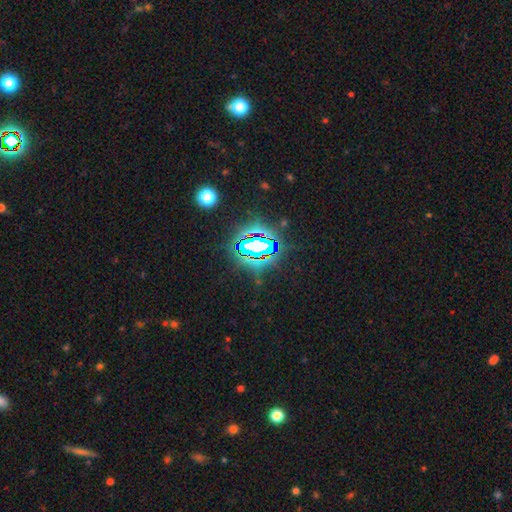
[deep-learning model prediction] A star or artifact, not a galaxy (76%).